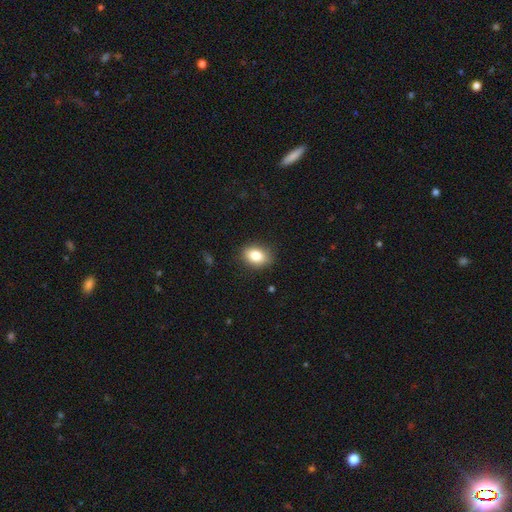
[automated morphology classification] Smooth or featured? Predicted: smooth (p=0.84). How rounded? Predicted: in between (p=0.80). Merging? Predicted: none (p=0.86).